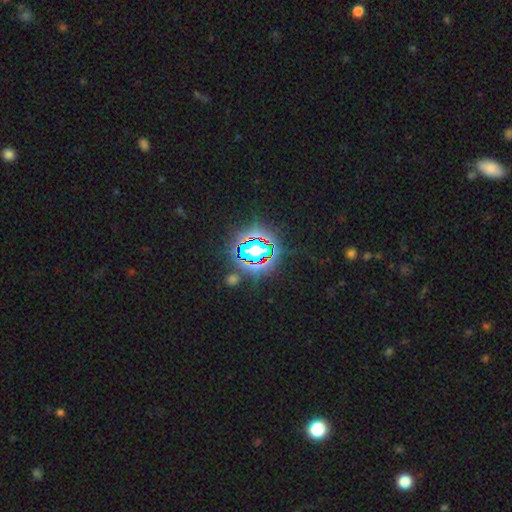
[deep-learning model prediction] Smooth or featured?
  - star or artifact: 82% *
  - smooth: 11%
  - featured or disk: 7%